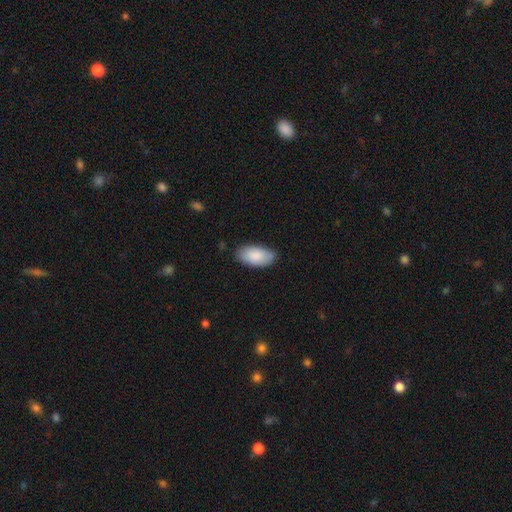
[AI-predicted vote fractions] A smooth galaxy with no disk features (87%) that is in between round and cigar-shaped (95%). Merging: none (80%).